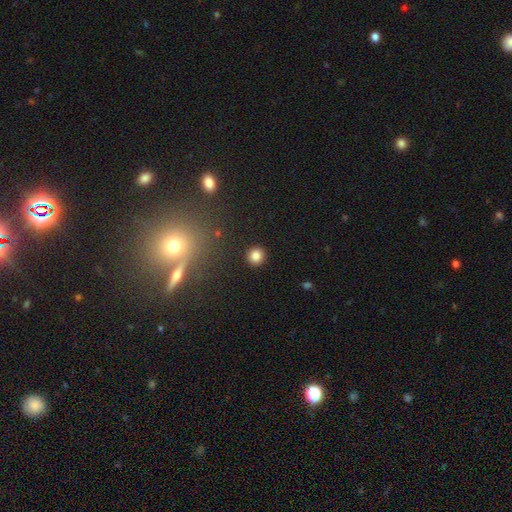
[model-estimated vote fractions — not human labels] This is clearly a smooth galaxy (84%). How rounded: clearly round (90%). Merging: clearly none (92%).